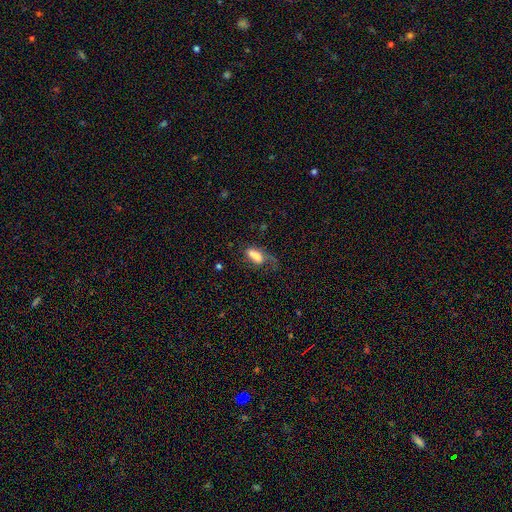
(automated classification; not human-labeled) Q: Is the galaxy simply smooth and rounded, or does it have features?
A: smooth — 69%.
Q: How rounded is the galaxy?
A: in between — 75%.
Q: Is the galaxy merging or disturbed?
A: major disturbance — 37%.